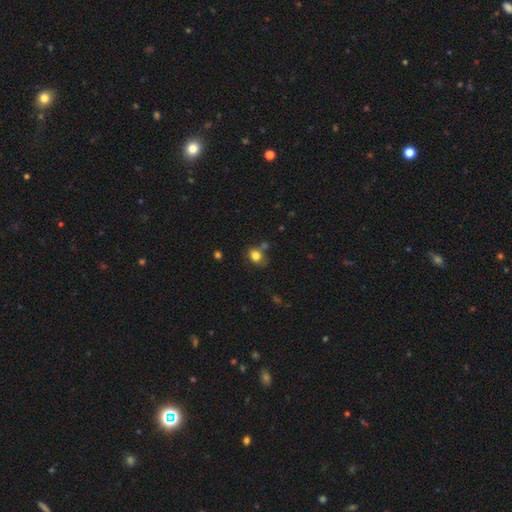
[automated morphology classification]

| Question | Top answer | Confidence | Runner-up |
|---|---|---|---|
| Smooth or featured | smooth | 81% | star or artifact (11%) |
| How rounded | round | 60% | in between (39%) |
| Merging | none | 64% | minor disturbance (18%) |